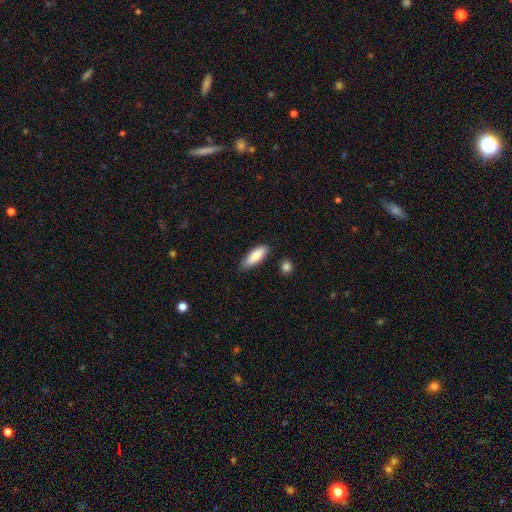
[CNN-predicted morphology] A smooth galaxy with no disk features (82%) that is in between round and cigar-shaped (63%).

Vote fractions:
- Smooth or featured? smooth: 82% / featured or disk: 12% / star or artifact: 6%
- How rounded? in between: 63% / cigar-shaped: 36% / round: 2%
- Merging? none: 82% / minor disturbance: 13% / merger: 3% / major disturbance: 2%